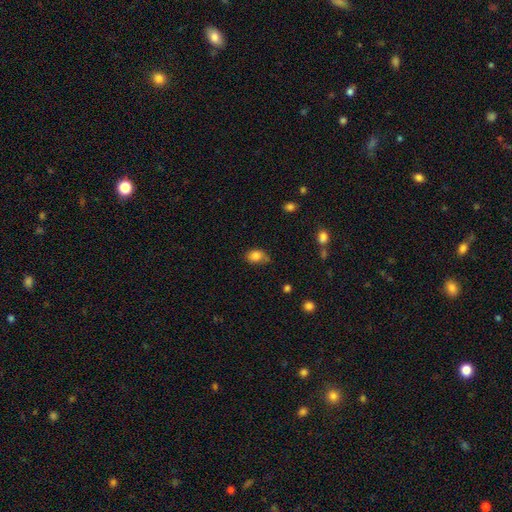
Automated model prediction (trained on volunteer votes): A smooth galaxy with no disk features (83%) that is in between round and cigar-shaped (66%). Merging: none (57%).